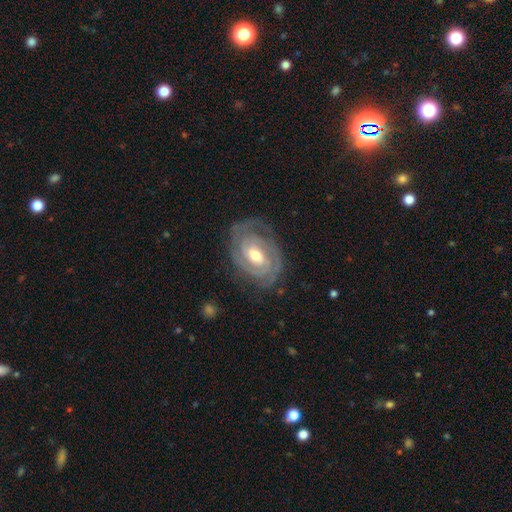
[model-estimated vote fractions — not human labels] smooth_or_featured: featured or disk (p=0.89) [alt: smooth p=0.07]
disk_edge_on: no (p=0.97) [alt: yes p=0.03]
bar: weak (p=0.44) [alt: no p=0.37]
has_spiral_arms: yes (p=0.96) [alt: no p=0.04]
spiral_winding: tight (p=0.76) [alt: medium p=0.21]
spiral_arm_count: 2 (p=0.55) [alt: can't tell p=0.18]
bulge_size: moderate (p=0.70) [alt: small p=0.24]
merging: none (p=0.75) [alt: minor disturbance p=0.17]